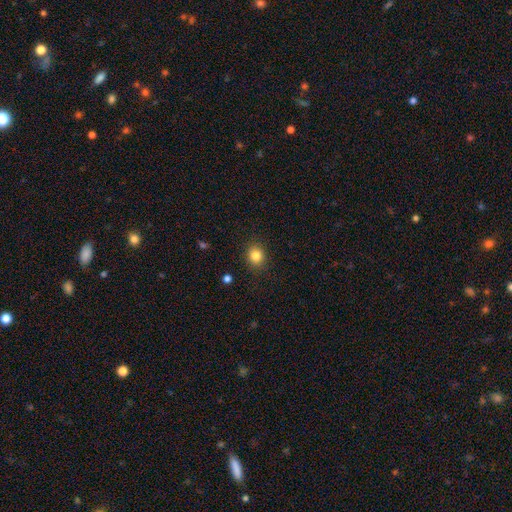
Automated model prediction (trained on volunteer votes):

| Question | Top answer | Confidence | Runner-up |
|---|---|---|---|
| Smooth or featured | smooth | 83% | star or artifact (11%) |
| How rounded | round | 73% | in between (26%) |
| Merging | none | 89% | minor disturbance (8%) |